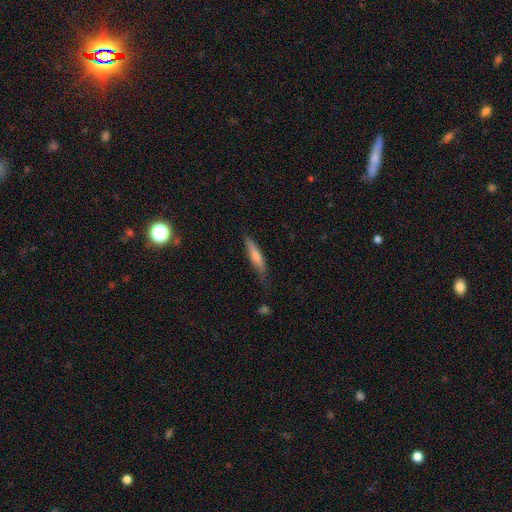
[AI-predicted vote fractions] Smooth or featured? Predicted: smooth (p=0.70). How rounded? Predicted: cigar-shaped (p=0.84). Merging? Predicted: none (p=0.67).